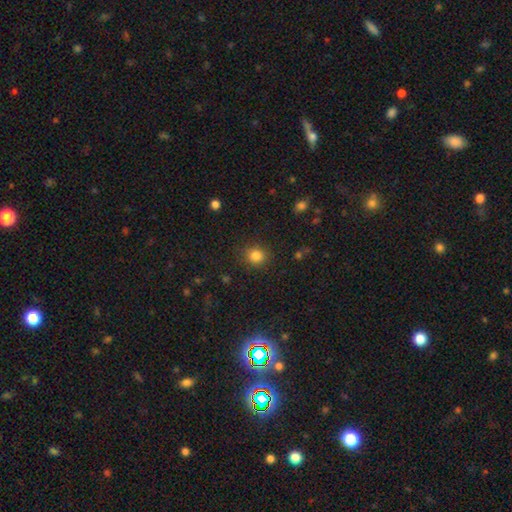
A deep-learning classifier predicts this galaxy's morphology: Smooth or featured: smooth — 83% (star or artifact — 12%)
How rounded: round — 84% (in between — 15%)
Merging: none — 87% (minor disturbance — 9%)